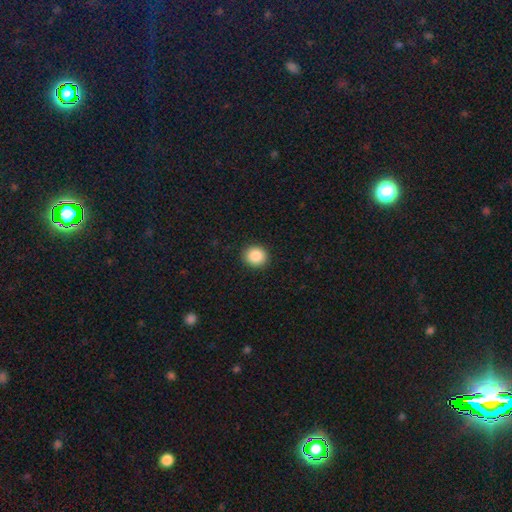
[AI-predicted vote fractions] Smooth or featured?
  - smooth: 87% *
  - star or artifact: 9%
  - featured or disk: 4%
How rounded?
  - round: 84% *
  - in between: 15%
  - cigar-shaped: 1%
Merging?
  - none: 92% *
  - minor disturbance: 5%
  - major disturbance: 2%
  - merger: 1%